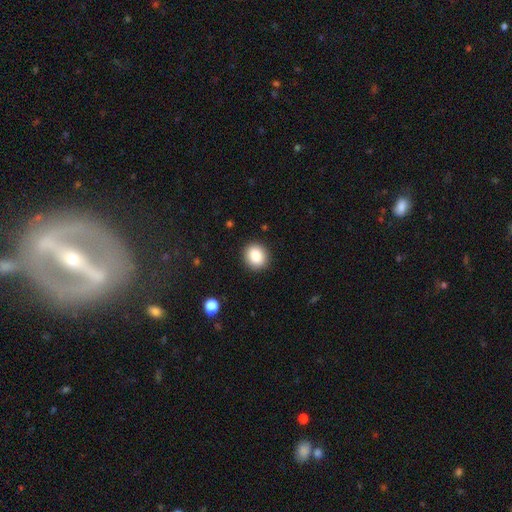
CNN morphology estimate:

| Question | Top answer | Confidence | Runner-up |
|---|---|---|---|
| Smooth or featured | smooth | 86% | star or artifact (9%) |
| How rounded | round | 69% | in between (30%) |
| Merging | none | 91% | minor disturbance (6%) |